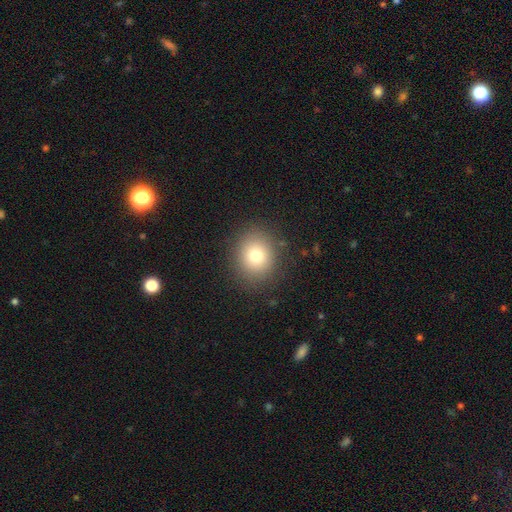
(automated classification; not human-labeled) smooth-or-featured: smooth: 77% | star or artifact: 13% | featured or disk: 11%
  how-rounded: round: 73% | in between: 27% | cigar-shaped: 1%
  merging: none: 86% | minor disturbance: 9% | major disturbance: 4% | merger: 1%